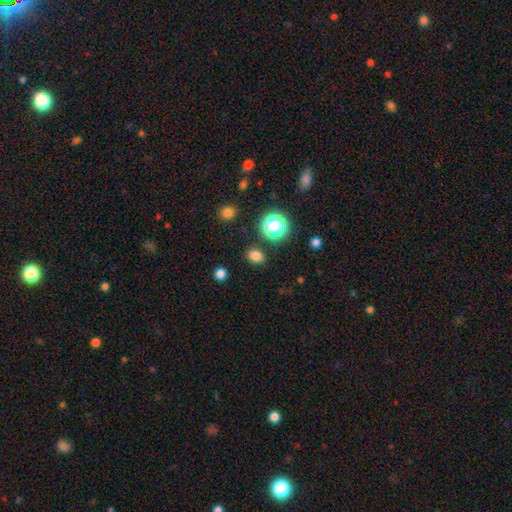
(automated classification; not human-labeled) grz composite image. It shows a smooth galaxy with no disk features (79%) that is in between round and cigar-shaped (52%). Merging: none (85%).